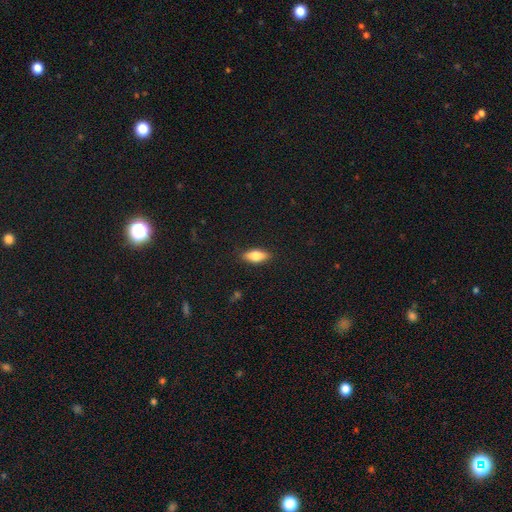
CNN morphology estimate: This appears to be a smooth galaxy with no disk features (74%) that is in between round and cigar-shaped (77%). Merging: none (88%).